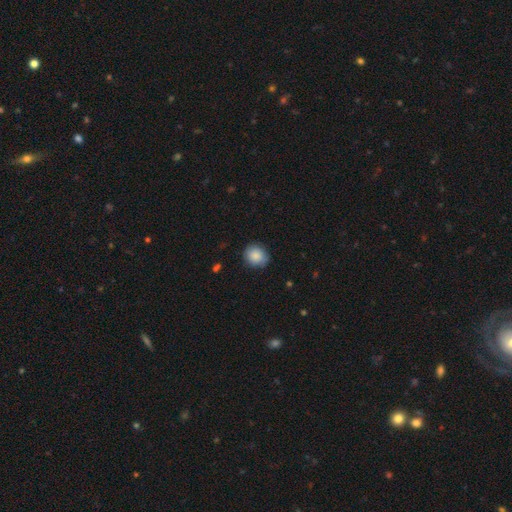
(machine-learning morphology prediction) This is clearly a smooth galaxy (87%). How rounded: clearly round (81%). Merging: clearly none (83%).